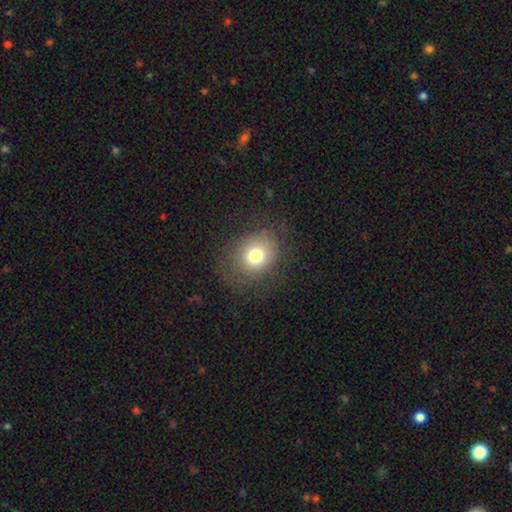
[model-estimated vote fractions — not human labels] A smooth galaxy with no disk features (75%) that is round (64%). Merging: none (77%).